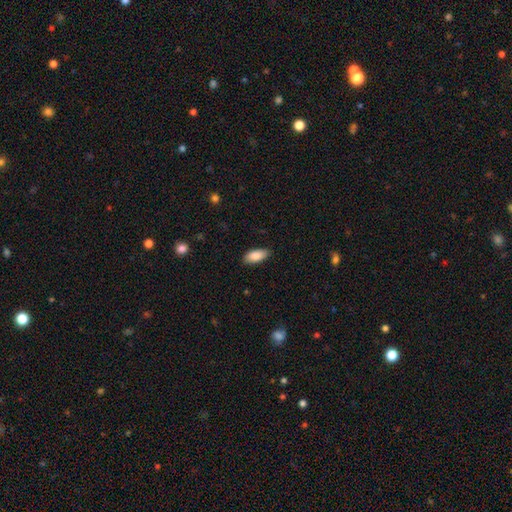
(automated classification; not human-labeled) A smooth galaxy with no disk features (88%) that is in between round and cigar-shaped (88%).

Vote fractions:
- Smooth or featured? smooth: 88% / star or artifact: 6% / featured or disk: 6%
- How rounded? in between: 88% / cigar-shaped: 10% / round: 2%
- Merging? none: 86% / minor disturbance: 11% / major disturbance: 2% / merger: 1%